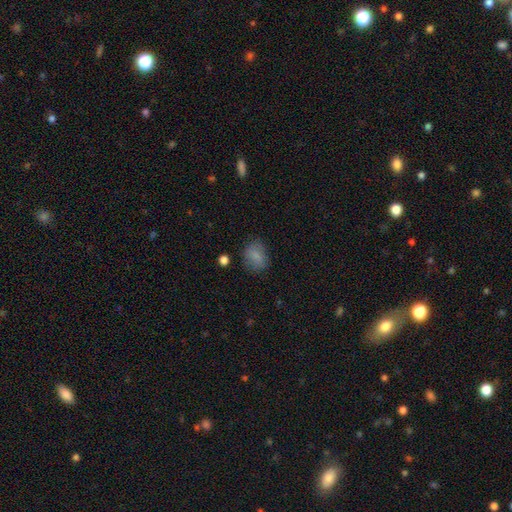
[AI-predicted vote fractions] The model was most divided on "how rounded": in between: 52%, round: 46%, cigar-shaped: 1%. More confident: smooth or featured — smooth (82%); merging — none (75%).